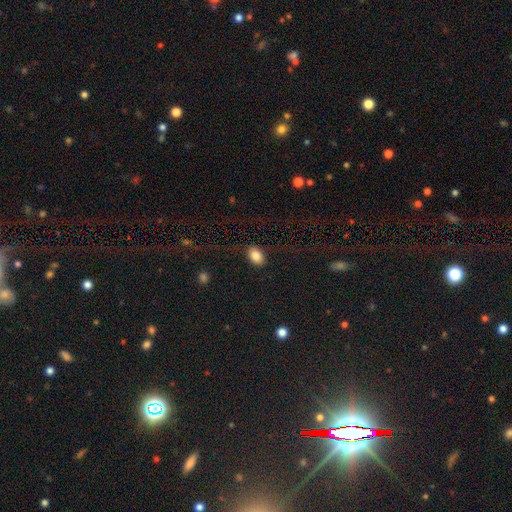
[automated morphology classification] type=smooth (84%); roundness=in between (85%); merging=none (82%).